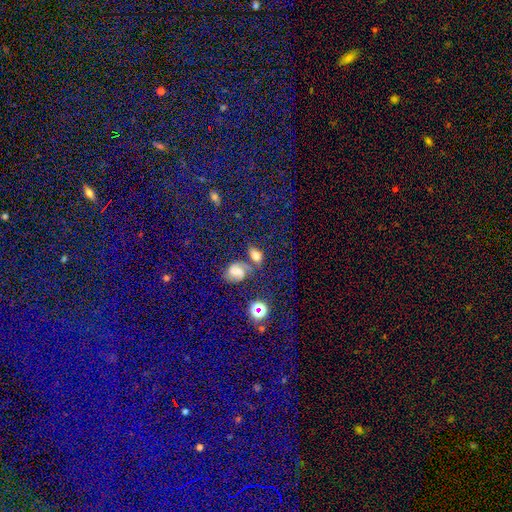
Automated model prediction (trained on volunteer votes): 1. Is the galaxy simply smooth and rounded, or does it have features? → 59% smooth, 21% star or artifact, 21% featured or disk.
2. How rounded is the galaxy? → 70% in between, 24% round, 6% cigar-shaped.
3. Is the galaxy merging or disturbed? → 56% none, 22% merger, 14% minor disturbance, 8% major disturbance.